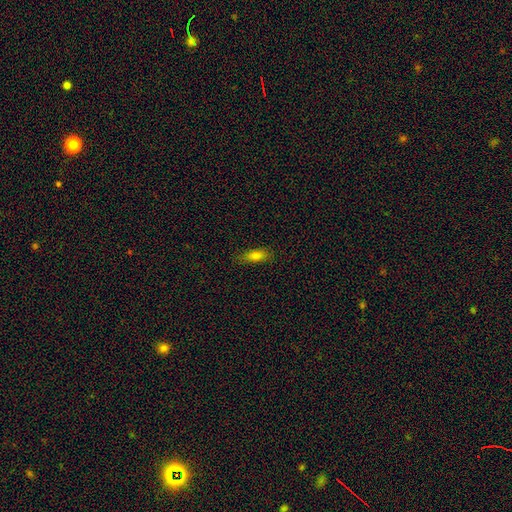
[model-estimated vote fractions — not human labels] Smooth or featured? smooth (77%)
How rounded? in between (70%)
Merging? none (82%)